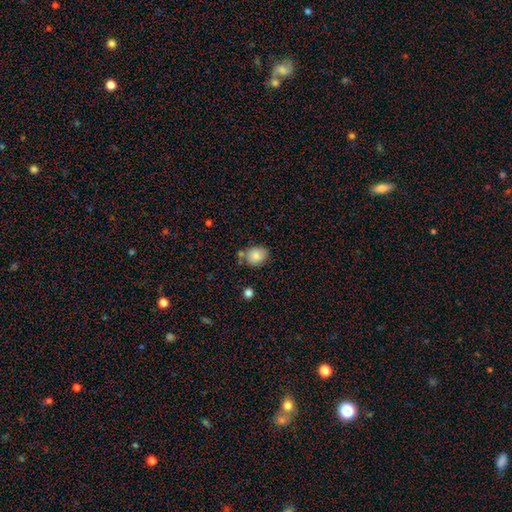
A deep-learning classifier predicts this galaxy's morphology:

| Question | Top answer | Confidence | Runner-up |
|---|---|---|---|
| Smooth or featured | smooth | 85% | star or artifact (8%) |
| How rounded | round | 56% | in between (43%) |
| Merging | none | 67% | minor disturbance (17%) |